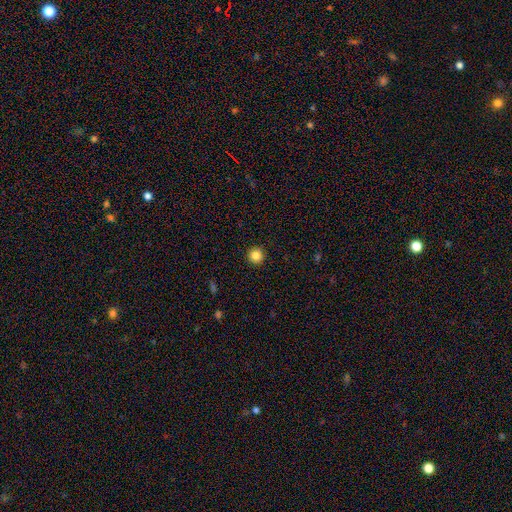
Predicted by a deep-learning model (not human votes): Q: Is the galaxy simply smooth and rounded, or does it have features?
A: smooth — 84%.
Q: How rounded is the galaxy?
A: round — 96%.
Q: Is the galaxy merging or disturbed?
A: none — 93%.